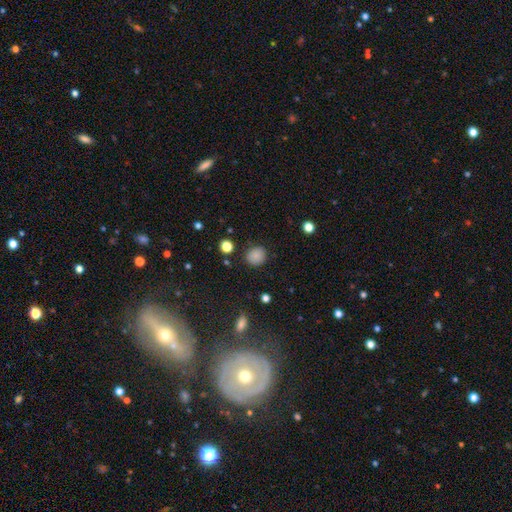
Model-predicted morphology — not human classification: A smooth galaxy with no disk features (84%) that is round (84%). Merging: none (87%).